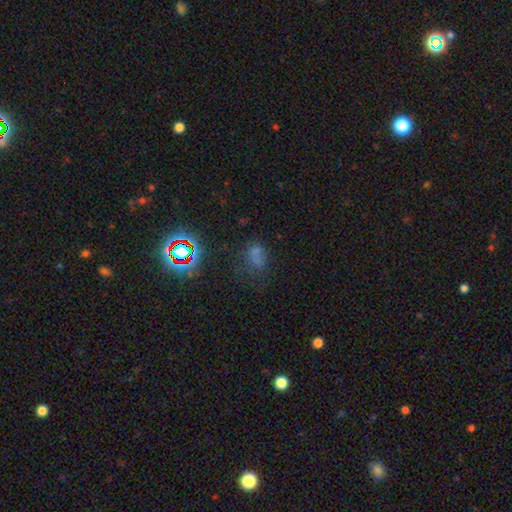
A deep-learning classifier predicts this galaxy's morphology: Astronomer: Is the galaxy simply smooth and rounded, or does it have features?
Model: smooth — 55% (runner-up: star or artifact, 32%).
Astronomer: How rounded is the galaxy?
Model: in between — 72%.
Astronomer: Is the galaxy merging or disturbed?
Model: none — 49%.